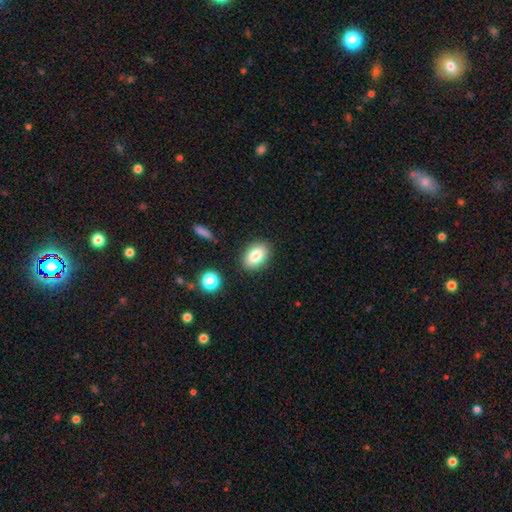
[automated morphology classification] Smooth or featured? smooth (82%)
How rounded? in between (85%)
Merging? none (86%)